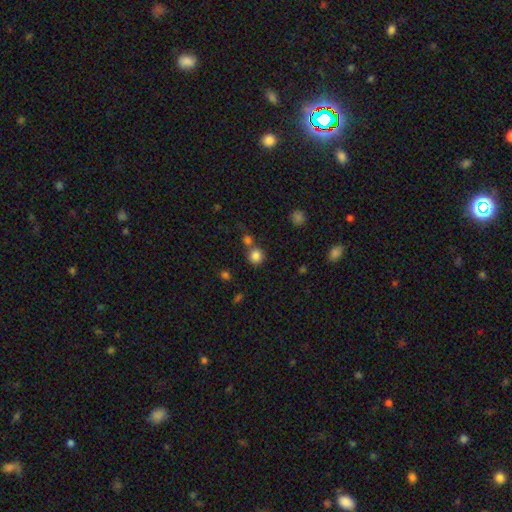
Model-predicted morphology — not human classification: A smooth galaxy with no disk features (83%) that is round (92%).

Vote fractions:
- Smooth or featured? smooth: 83% / star or artifact: 12% / featured or disk: 5%
- How rounded? round: 92% / in between: 7% / cigar-shaped: 1%
- Merging? none: 67% / merger: 22% / minor disturbance: 8% / major disturbance: 3%